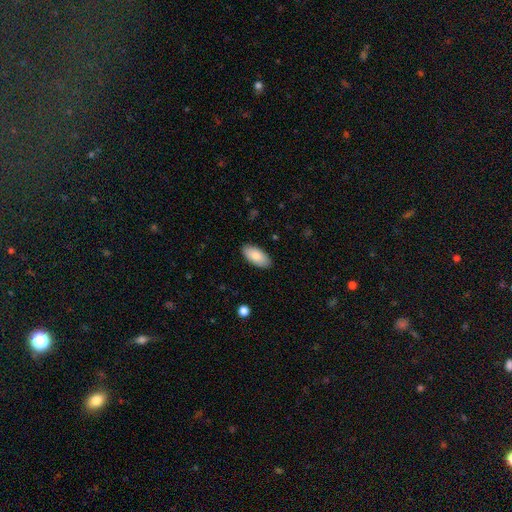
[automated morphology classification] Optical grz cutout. It shows a smooth galaxy with no disk features (84%) that is in between round and cigar-shaped (95%). Merging: none (88%).